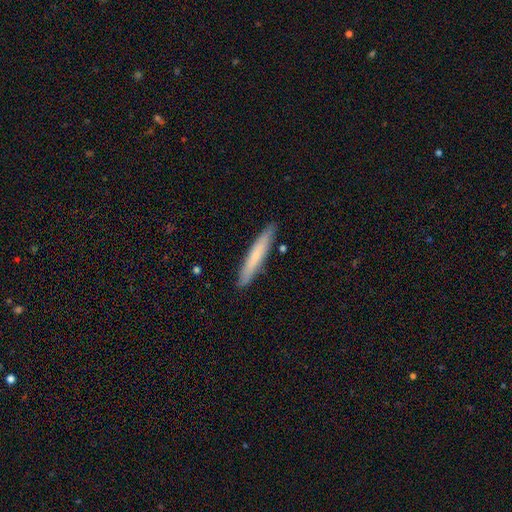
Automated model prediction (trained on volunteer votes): Smooth or featured?
  - smooth: 63% *
  - featured or disk: 31%
  - star or artifact: 6%
How rounded?
  - cigar-shaped: 94% *
  - in between: 5%
  - round: 1%
Merging?
  - none: 89% *
  - minor disturbance: 8%
  - major disturbance: 1%
  - merger: 1%